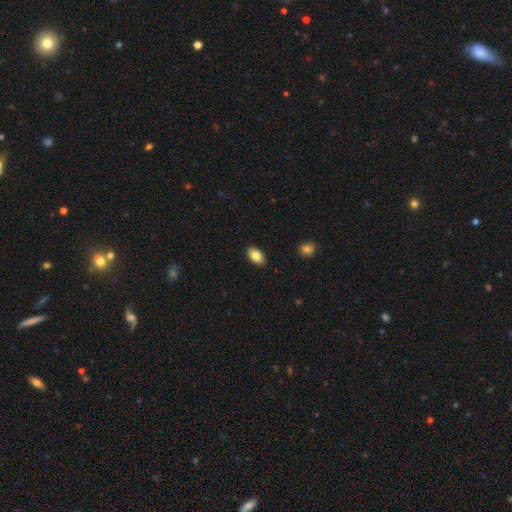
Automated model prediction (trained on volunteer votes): A smooth galaxy with no disk features (84%) that is in between round and cigar-shaped (92%). Merging: none (89%).